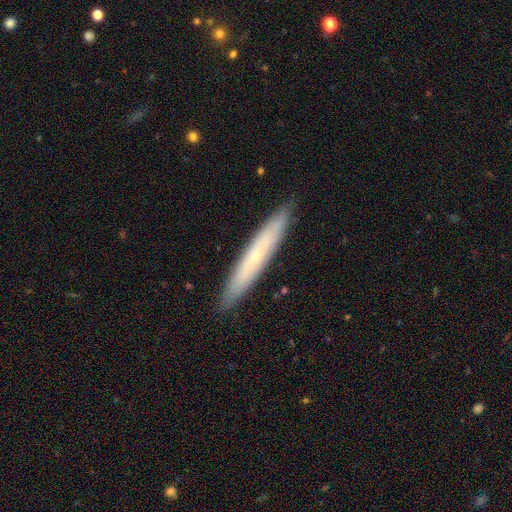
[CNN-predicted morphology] Overall: featured or disk (47%; smooth 46%). Merging: none (90%).